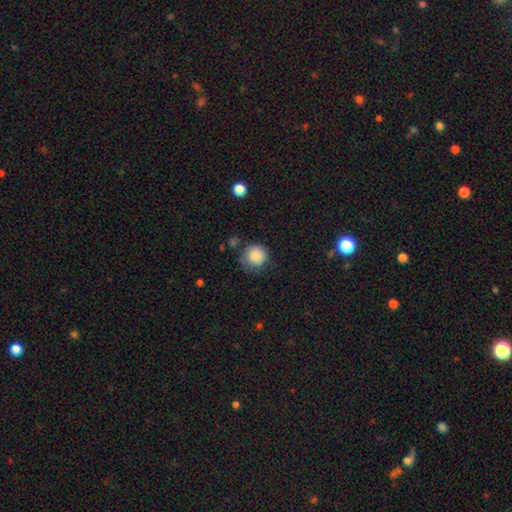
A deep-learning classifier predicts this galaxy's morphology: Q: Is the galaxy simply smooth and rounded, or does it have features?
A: smooth — 85%.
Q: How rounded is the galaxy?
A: round — 91%.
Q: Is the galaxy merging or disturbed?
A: none — 64%.